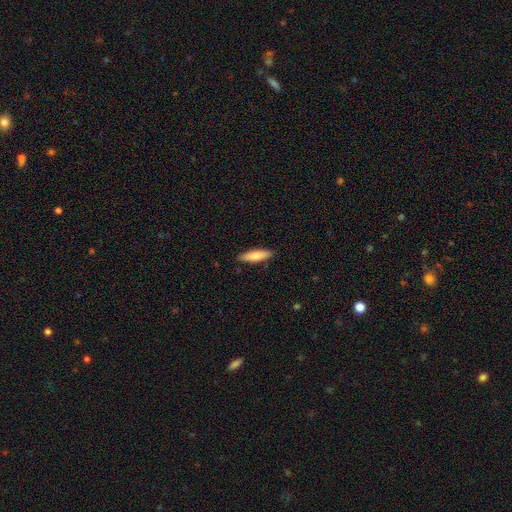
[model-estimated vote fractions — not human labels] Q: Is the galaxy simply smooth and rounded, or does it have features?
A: smooth — 73%.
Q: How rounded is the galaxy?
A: cigar-shaped — 66%.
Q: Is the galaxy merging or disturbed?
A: none — 89%.